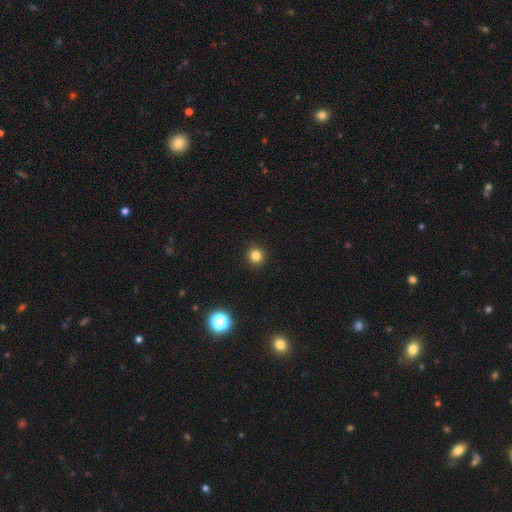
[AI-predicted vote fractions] smooth-or-featured: smooth: 82% | star or artifact: 14% | featured or disk: 5%
  how-rounded: round: 94% | in between: 5% | cigar-shaped: 1%
  merging: none: 93% | minor disturbance: 5% | major disturbance: 2% | merger: 1%